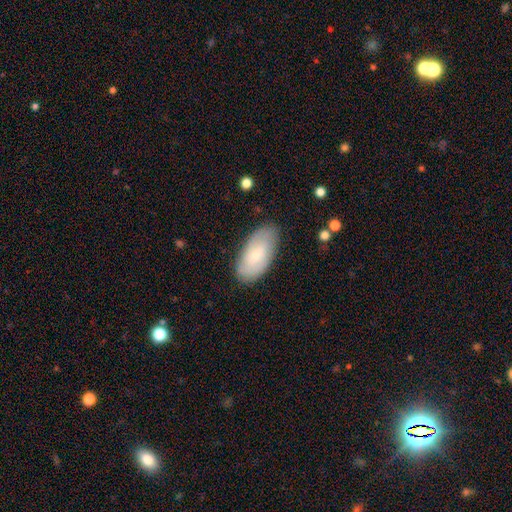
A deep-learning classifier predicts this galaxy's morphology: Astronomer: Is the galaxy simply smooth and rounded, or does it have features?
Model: smooth — 60%.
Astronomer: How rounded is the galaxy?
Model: in between — 93%.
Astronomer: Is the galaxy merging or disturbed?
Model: none — 81%.